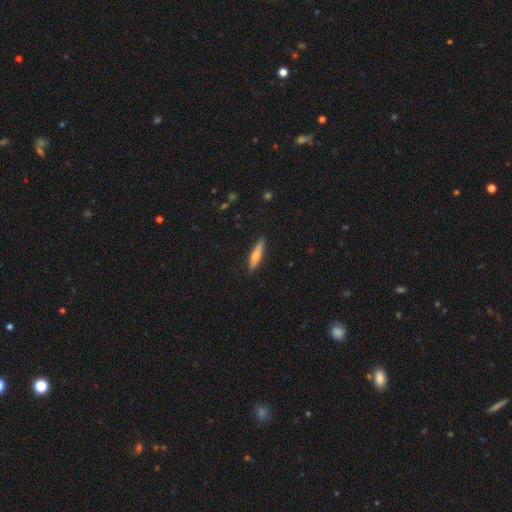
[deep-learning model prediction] smooth 55%, featured or disk 39%, star or artifact 6%. Down the decision tree: how rounded — cigar-shaped (84%); merging — none (88%).